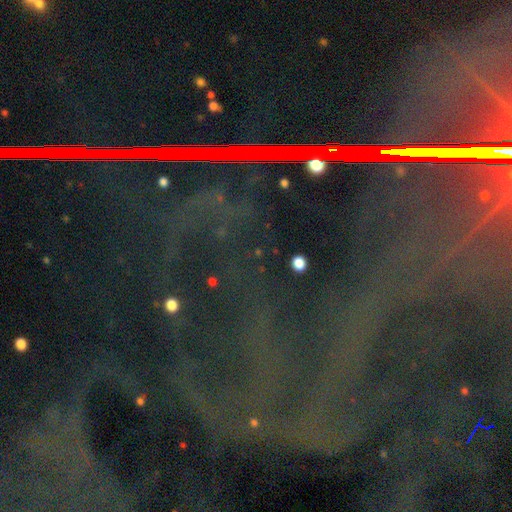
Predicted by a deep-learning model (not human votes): smooth-or-featured: star or artifact: 85% | featured or disk: 9% | smooth: 6%